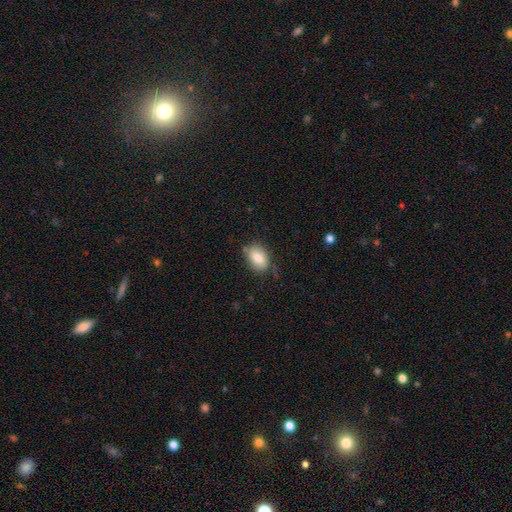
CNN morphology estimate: type=smooth (78%); roundness=in between (81%); merging=none (67%).